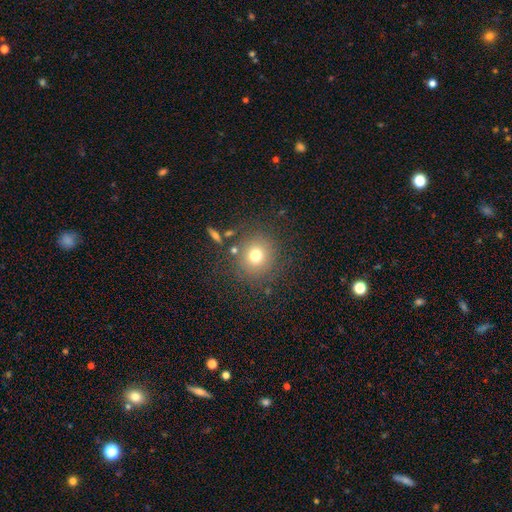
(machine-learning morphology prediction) The model was most divided on "smooth or featured": smooth: 63%, star or artifact: 27%, featured or disk: 10%. More confident: how rounded — round (91%); merging — none (85%).